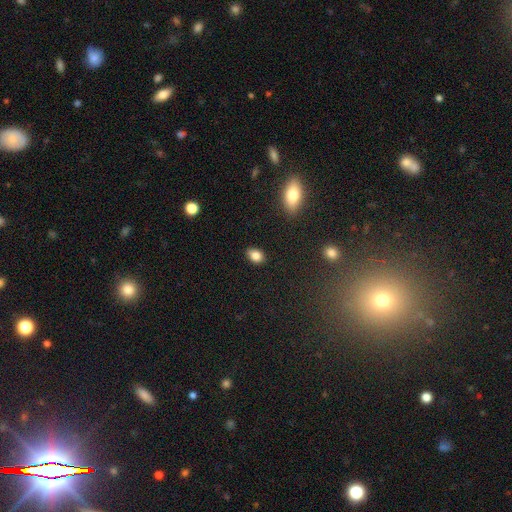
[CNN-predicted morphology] Smooth or featured?
  - smooth: 85% *
  - star or artifact: 9%
  - featured or disk: 6%
How rounded?
  - in between: 78% *
  - round: 20%
  - cigar-shaped: 2%
Merging?
  - none: 84% *
  - minor disturbance: 12%
  - major disturbance: 2%
  - merger: 2%